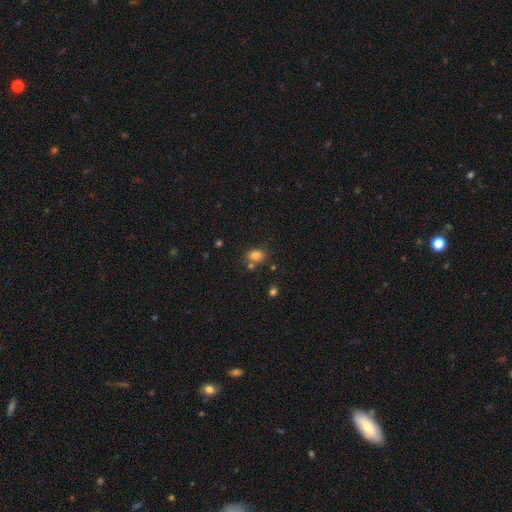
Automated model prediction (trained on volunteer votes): Smooth or featured: smooth — 80% (star or artifact — 12%)
How rounded: in between — 67% (round — 32%)
Merging: none — 66% (merger — 16%)